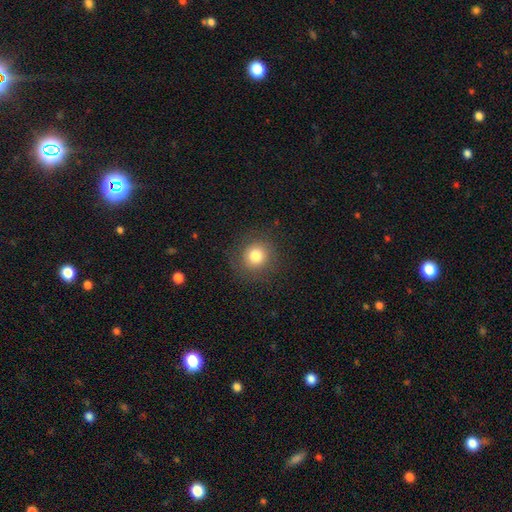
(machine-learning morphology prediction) Q: Smooth or featured?
A: smooth (80%); runner-up: star or artifact (11%)
Q: How rounded?
A: round (90%); runner-up: in between (9%)
Q: Merging?
A: none (87%); runner-up: minor disturbance (8%)